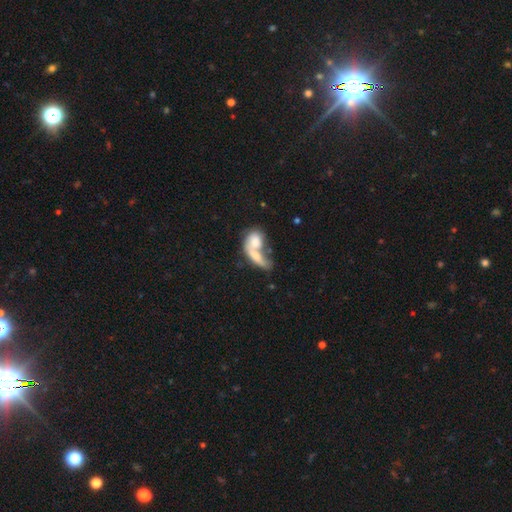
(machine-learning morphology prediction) This appears to be a smooth galaxy with no disk features (64%) that is in between round and cigar-shaped (68%). Merging: merger (72%).